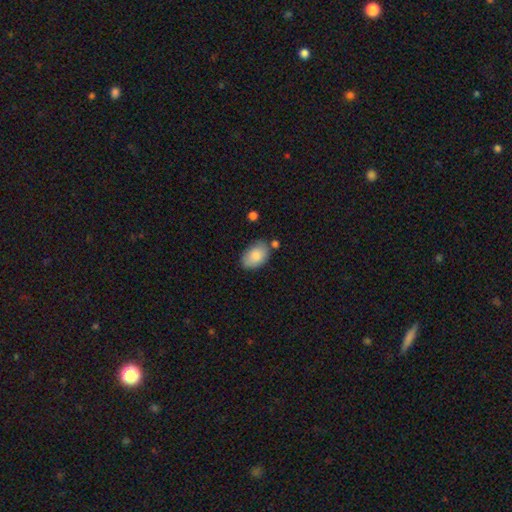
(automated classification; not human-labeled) Morphology: type=smooth (85%); roundness=in between (90%); merging=none (67%).